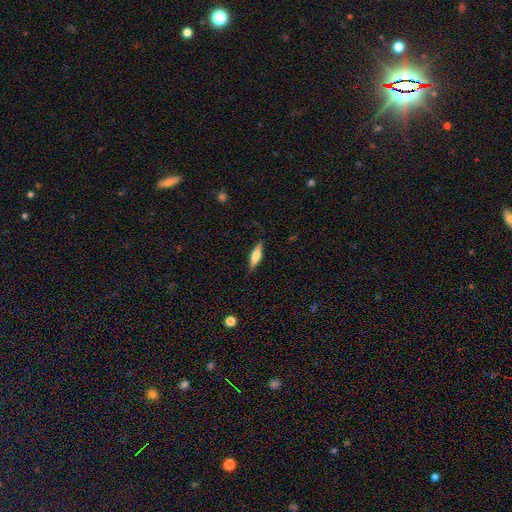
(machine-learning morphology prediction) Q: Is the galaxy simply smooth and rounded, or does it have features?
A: smooth — 56%.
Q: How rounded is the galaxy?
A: cigar-shaped — 55%.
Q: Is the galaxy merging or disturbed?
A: none — 84%.